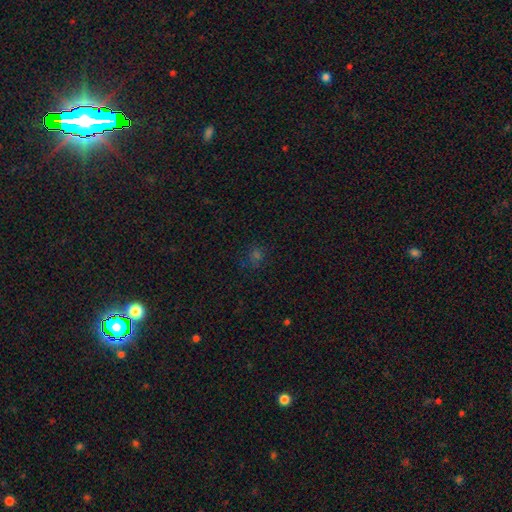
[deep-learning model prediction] smooth-or-featured: smooth: 49% | star or artifact: 42% | featured or disk: 9%
  merging: none: 82% | minor disturbance: 12% | major disturbance: 5% | merger: 2%